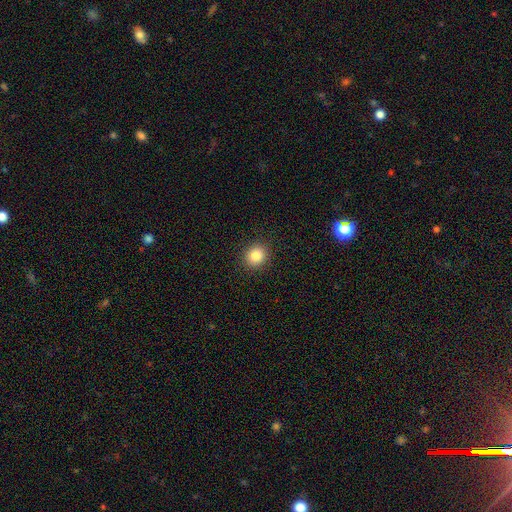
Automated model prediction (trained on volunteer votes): Smooth or featured? Predicted: smooth (p=0.85). How rounded? Predicted: round (p=0.82). Merging? Predicted: none (p=0.91).